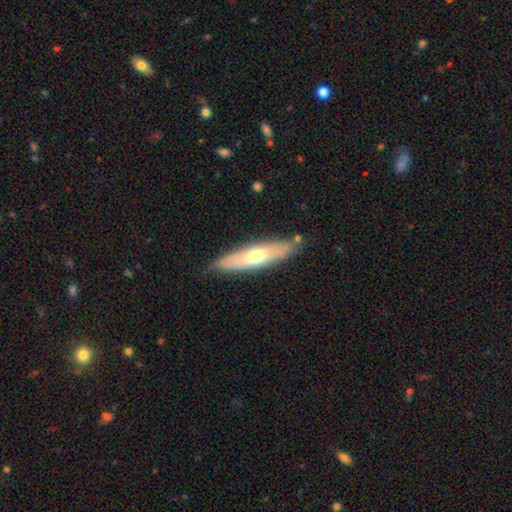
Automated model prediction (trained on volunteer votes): A smooth galaxy with no disk features (50%) that is cigar-shaped (73%).

Vote fractions:
- Smooth or featured? smooth: 50% / featured or disk: 44% / star or artifact: 5%
- How rounded? cigar-shaped: 73% / in between: 26% / round: 2%
- Merging? none: 83% / minor disturbance: 12% / major disturbance: 3% / merger: 2%